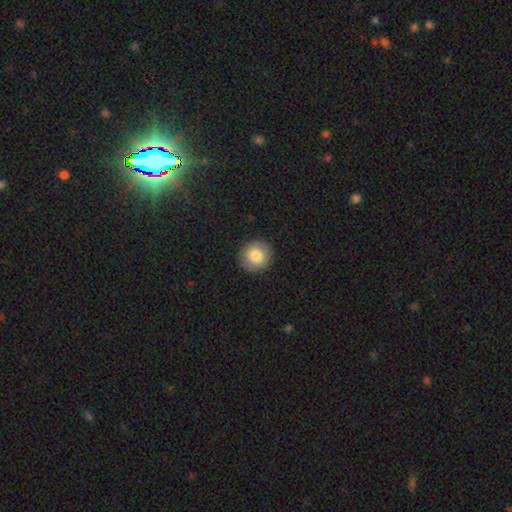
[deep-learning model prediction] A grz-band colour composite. It shows a smooth galaxy with no disk features (83%) that is round (93%). Merging: none (92%).